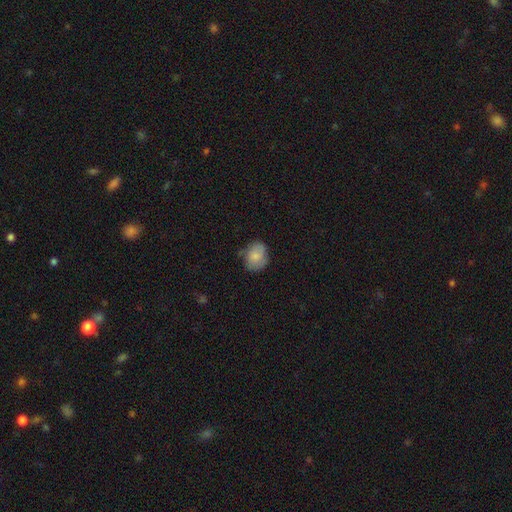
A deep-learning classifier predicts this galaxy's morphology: Q: Smooth or featured?
A: smooth (79%); runner-up: featured or disk (13%)
Q: How rounded?
A: in between (53%); runner-up: round (46%)
Q: Merging?
A: none (66%); runner-up: minor disturbance (26%)